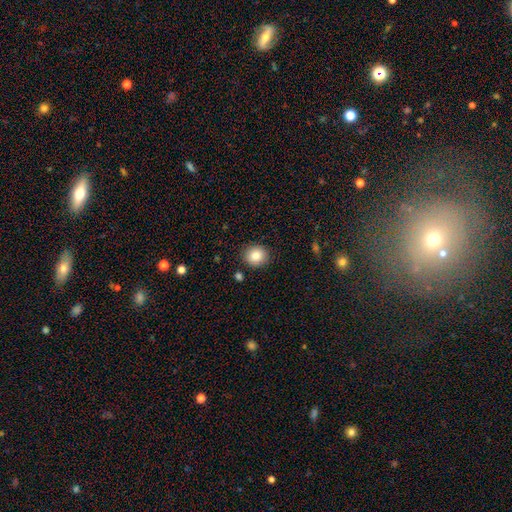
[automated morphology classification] type=smooth (84%); roundness=round (85%); merging=none (89%).